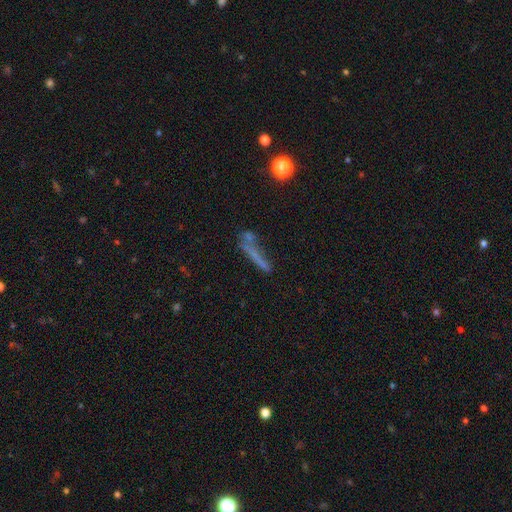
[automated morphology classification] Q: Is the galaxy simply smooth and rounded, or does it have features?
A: smooth — 49%.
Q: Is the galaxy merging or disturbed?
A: none — 50%.